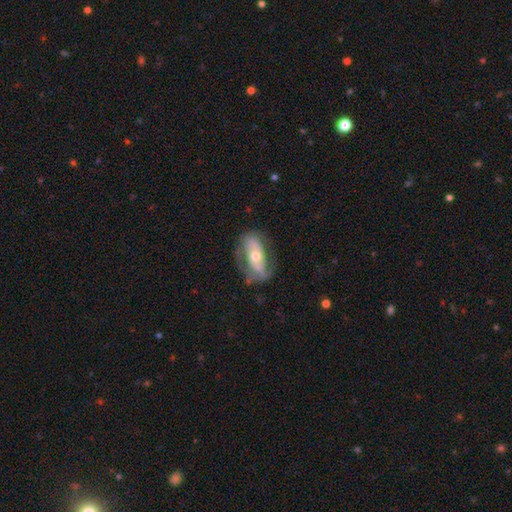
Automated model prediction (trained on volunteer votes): A featured or disk galaxy (64%) with no bar (50%), spiral arms (59%) and a moderate central bulge (60%).

Vote fractions:
- Smooth or featured? featured or disk: 64% / smooth: 30% / star or artifact: 6%
- Edge-on disk? no: 86% / yes: 14%
- Bar? no: 50% / strong: 29% / weak: 21%
- Spiral arms? yes: 59% / no: 41%
- Bulge size? moderate: 60% / small: 33% / large: 5% / none: 1% / dominant: 1%
- Merging? none: 60% / minor disturbance: 23% / major disturbance: 15% / merger: 2%